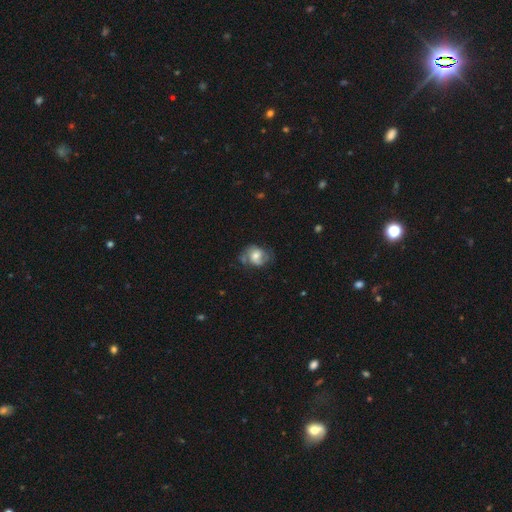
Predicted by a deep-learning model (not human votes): This appears to be a featured or disk galaxy (54%) with no bar (56%), spiral arms (78%) and a moderate central bulge (56%). Merging: none (54%).